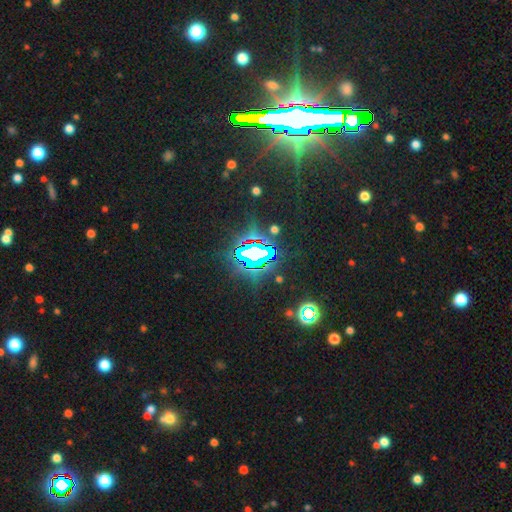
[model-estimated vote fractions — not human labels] smooth_or_featured: star or artifact (p=0.82) [alt: smooth p=0.09]